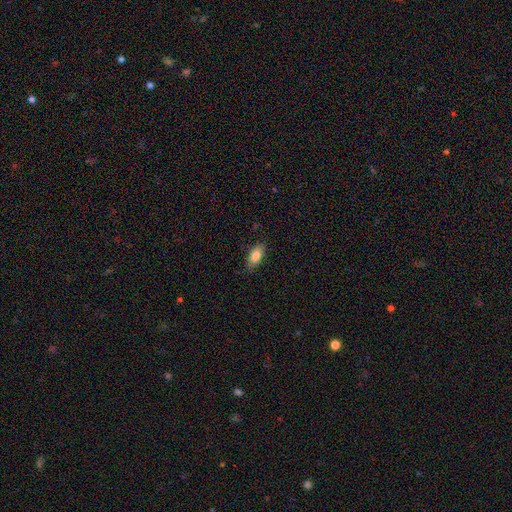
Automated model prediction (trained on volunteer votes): smooth-or-featured: smooth: 83% | featured or disk: 10% | star or artifact: 7%
  how-rounded: in between: 86% | cigar-shaped: 10% | round: 3%
  merging: none: 82% | minor disturbance: 14% | major disturbance: 3% | merger: 1%